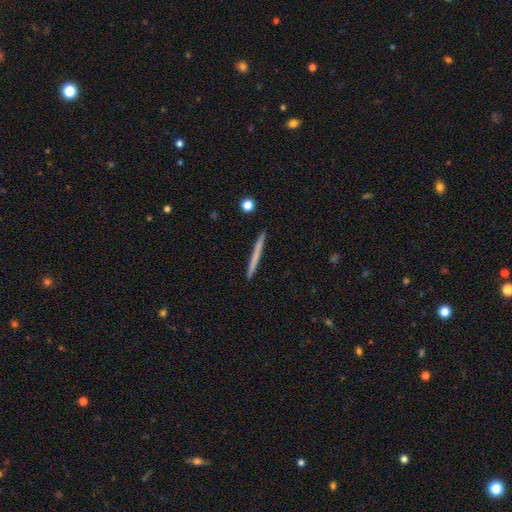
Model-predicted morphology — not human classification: A smooth galaxy with no disk features (60%) that is cigar-shaped (97%).

Vote fractions:
- Smooth or featured? smooth: 60% / featured or disk: 34% / star or artifact: 6%
- How rounded? cigar-shaped: 97% / in between: 2% / round: 1%
- Merging? none: 92% / minor disturbance: 5% / merger: 1% / major disturbance: 1%